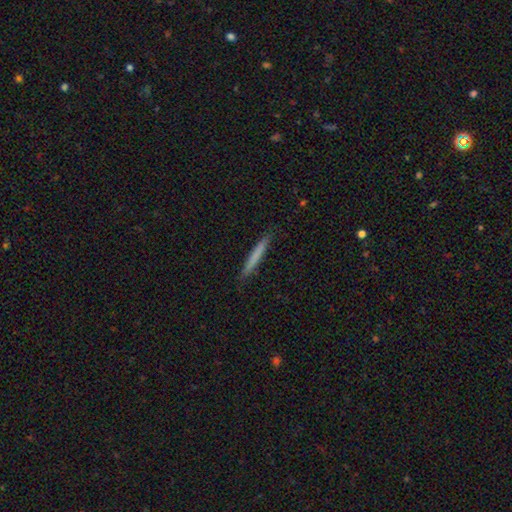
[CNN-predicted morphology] This appears to be a smooth galaxy with no disk features (71%) that is cigar-shaped (97%). Merging: none (90%).